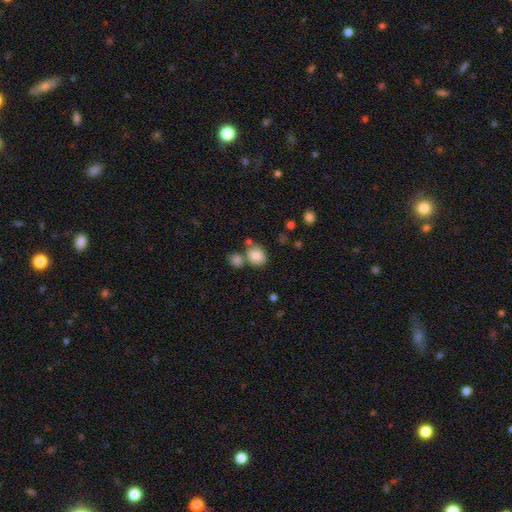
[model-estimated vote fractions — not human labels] Q: Smooth or featured?
A: smooth (83%); runner-up: star or artifact (9%)
Q: How rounded?
A: round (61%); runner-up: in between (38%)
Q: Merging?
A: none (57%); runner-up: merger (25%)